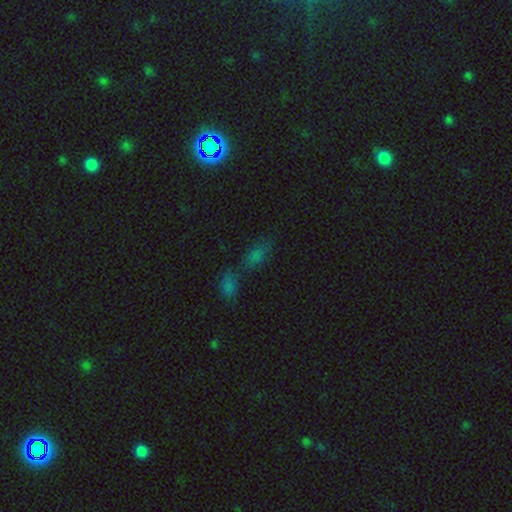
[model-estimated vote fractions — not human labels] The model was most divided on "smooth or featured": smooth: 49%, star or artifact: 38%, featured or disk: 13%. Remaining: merging — none (46%).